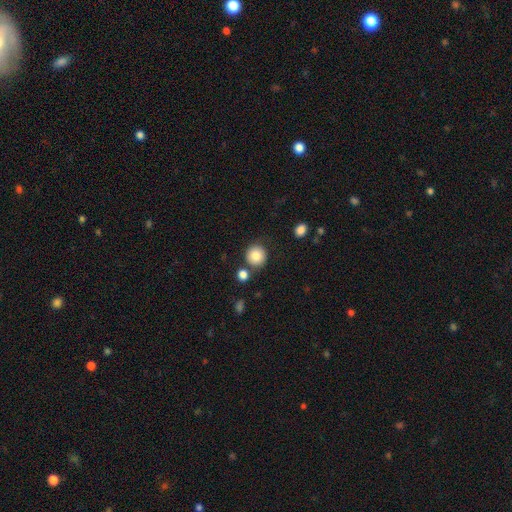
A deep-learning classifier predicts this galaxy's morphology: type=smooth (83%); roundness=round (91%); merging=none (78%).